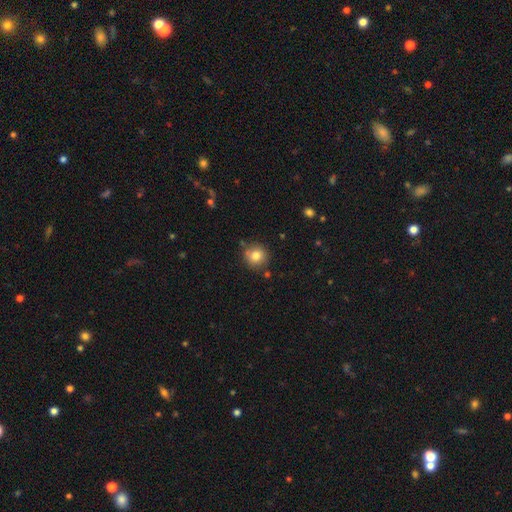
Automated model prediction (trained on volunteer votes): Smooth or featured?
  - smooth: 80% *
  - star or artifact: 11%
  - featured or disk: 9%
How rounded?
  - round: 91% *
  - in between: 8%
  - cigar-shaped: 1%
Merging?
  - none: 81% *
  - minor disturbance: 11%
  - merger: 5%
  - major disturbance: 3%